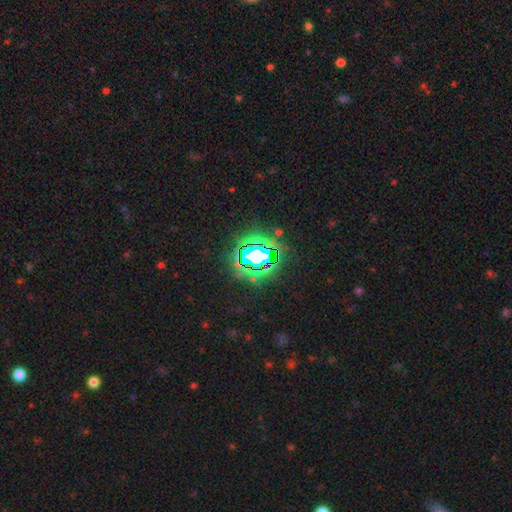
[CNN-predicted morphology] This is likely a star or artifact rather than a galaxy (74%).